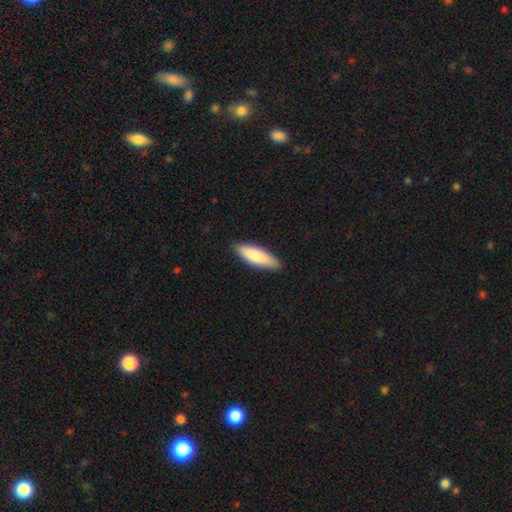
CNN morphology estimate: Smooth or featured? smooth (84%)
How rounded? cigar-shaped (51%)
Merging? none (88%)